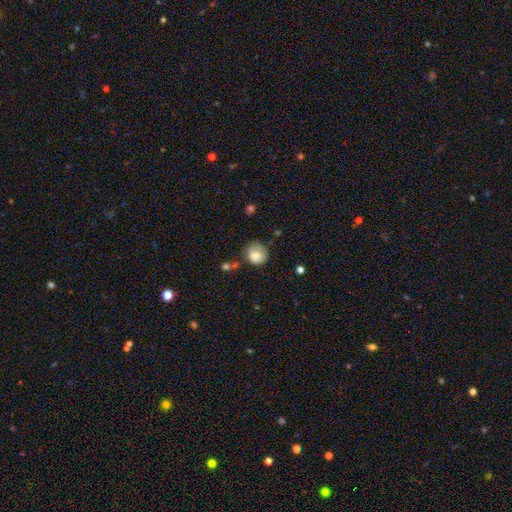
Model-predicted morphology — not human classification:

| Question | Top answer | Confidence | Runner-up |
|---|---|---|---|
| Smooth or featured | smooth | 79% | featured or disk (12%) |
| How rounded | round | 84% | in between (15%) |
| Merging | none | 62% | minor disturbance (25%) |